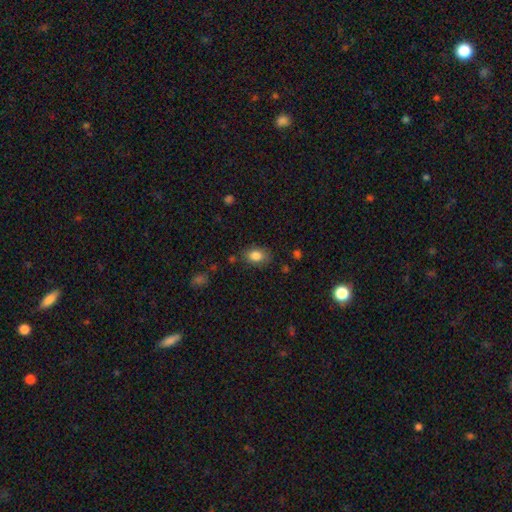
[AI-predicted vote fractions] Morphology: type=smooth (84%); roundness=in between (77%); merging=none (77%).